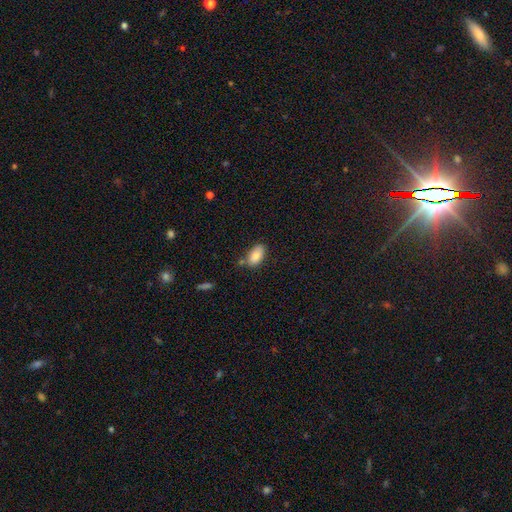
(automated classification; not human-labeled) Smooth or featured: smooth — 86% (star or artifact — 7%)
How rounded: in between — 93% (round — 4%)
Merging: none — 68% (minor disturbance — 20%)